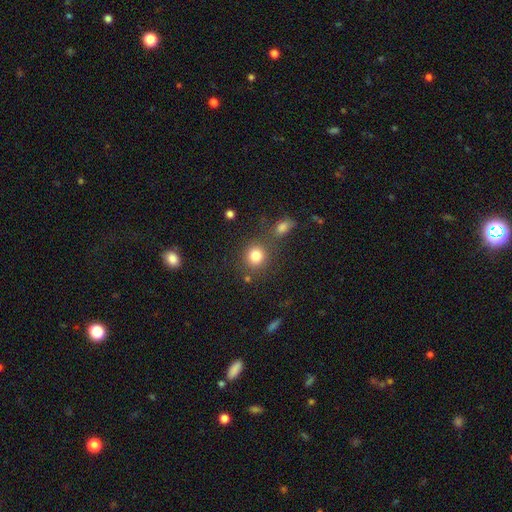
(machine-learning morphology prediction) This is clearly a smooth galaxy (82%). How rounded: clearly round (85%). Merging: likely none (71%).